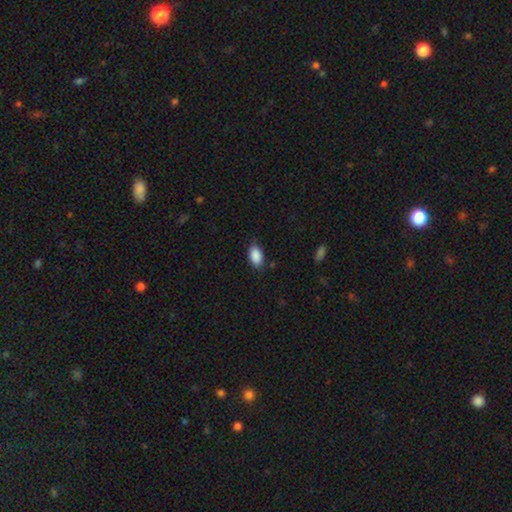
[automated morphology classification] Smooth or featured? smooth (89%)
How rounded? in between (92%)
Merging? none (78%)